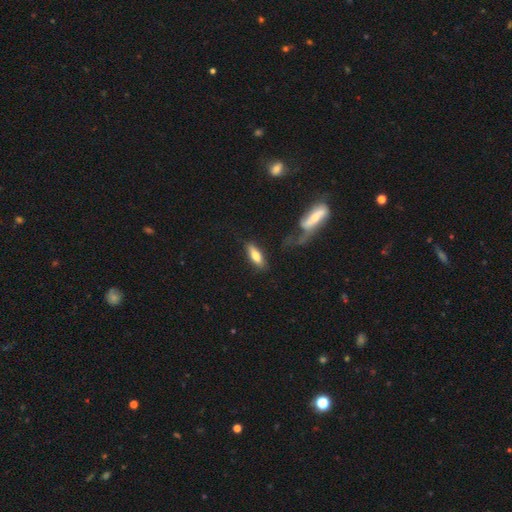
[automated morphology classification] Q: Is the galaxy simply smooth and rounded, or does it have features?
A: smooth — 66%.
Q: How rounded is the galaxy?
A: in between — 61%.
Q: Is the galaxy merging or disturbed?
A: none — 69%.